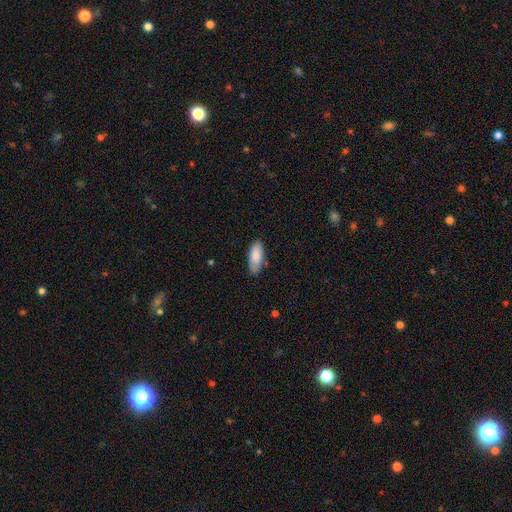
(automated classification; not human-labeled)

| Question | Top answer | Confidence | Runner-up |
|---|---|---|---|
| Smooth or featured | smooth | 85% | featured or disk (9%) |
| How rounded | in between | 76% | cigar-shaped (22%) |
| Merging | none | 77% | minor disturbance (19%) |